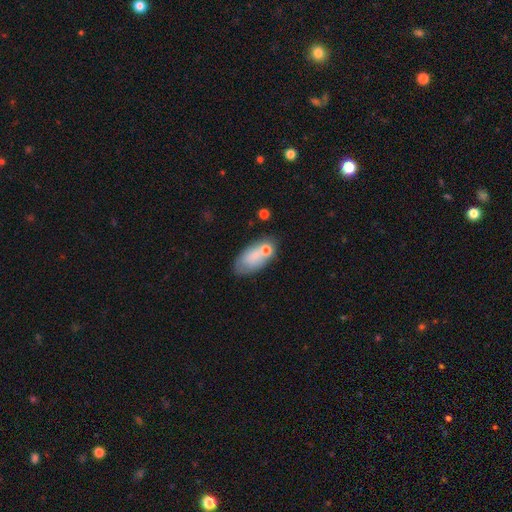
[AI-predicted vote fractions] This is likely a smooth galaxy (71%). How rounded: clearly in between (92%). Merging: possibly none (51%).